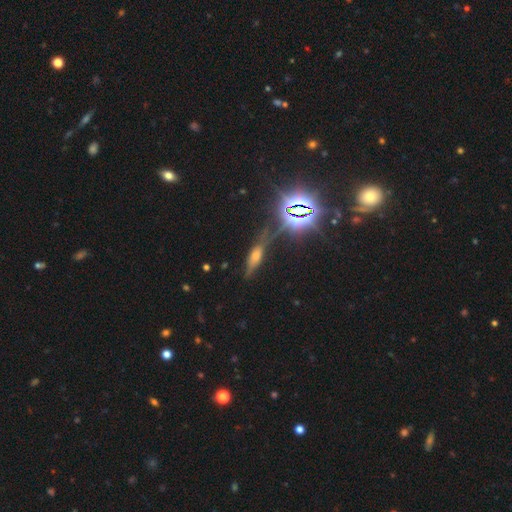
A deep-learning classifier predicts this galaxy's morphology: Overall: star or artifact (40%; featured or disk 32%).